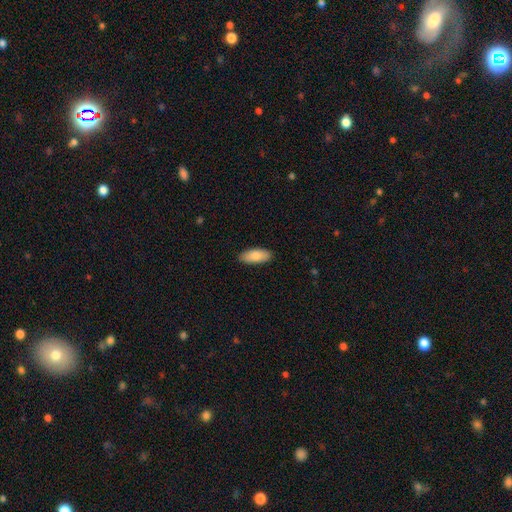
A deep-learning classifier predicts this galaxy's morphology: A smooth galaxy with no disk features (84%) that is in between round and cigar-shaped (83%).

Vote fractions:
- Smooth or featured? smooth: 84% / featured or disk: 10% / star or artifact: 6%
- How rounded? in between: 83% / cigar-shaped: 15% / round: 2%
- Merging? none: 89% / minor disturbance: 8% / major disturbance: 2% / merger: 1%